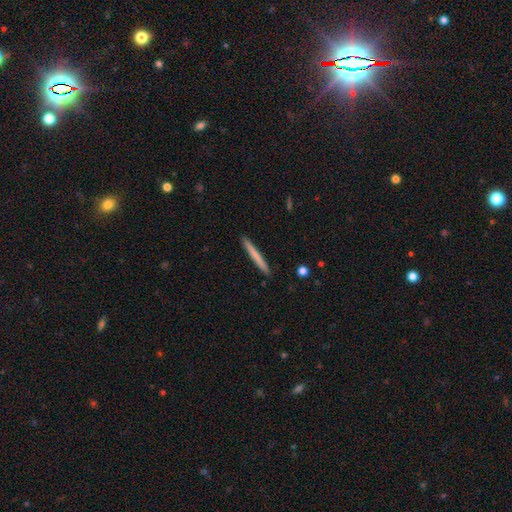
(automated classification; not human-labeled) smooth 68%, featured or disk 27%, star or artifact 5%. Down the decision tree: how rounded — cigar-shaped (97%); merging — none (93%).